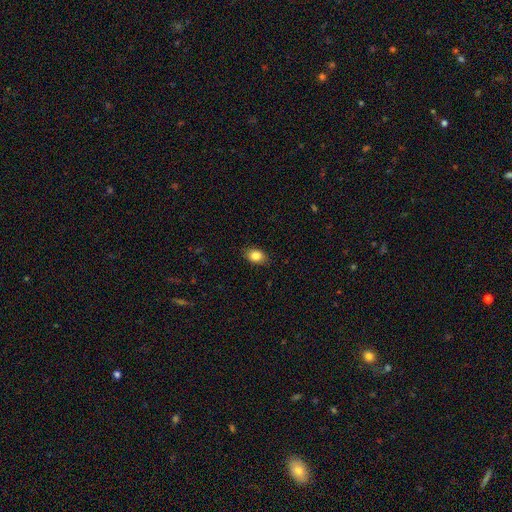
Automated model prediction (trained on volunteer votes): Smooth or featured? smooth (85%)
How rounded? in between (77%)
Merging? none (85%)